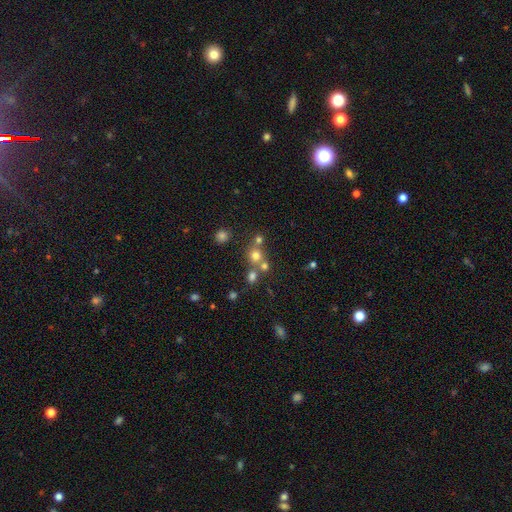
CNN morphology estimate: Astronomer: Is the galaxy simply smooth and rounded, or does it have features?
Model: smooth — 67%.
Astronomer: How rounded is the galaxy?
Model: round — 87%.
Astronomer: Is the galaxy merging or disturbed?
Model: none — 55% (runner-up: merger, 34%).